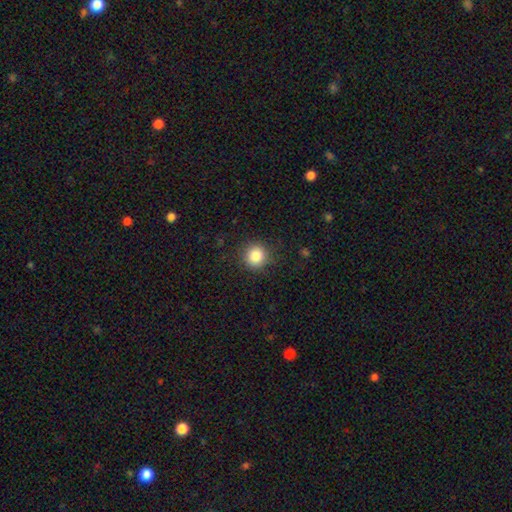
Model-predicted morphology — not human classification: Q: Smooth or featured?
A: smooth (84%); runner-up: star or artifact (11%)
Q: How rounded?
A: round (92%); runner-up: in between (7%)
Q: Merging?
A: none (87%); runner-up: minor disturbance (9%)